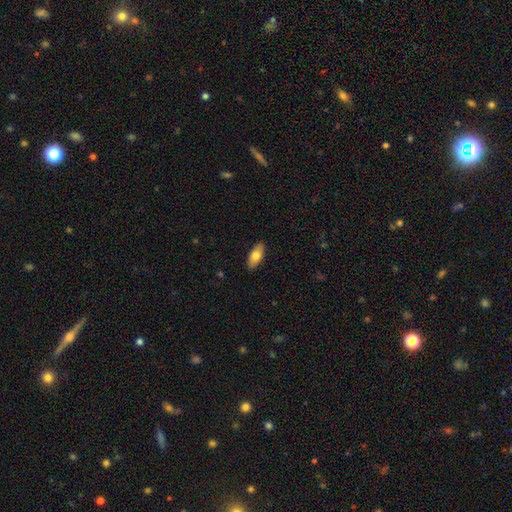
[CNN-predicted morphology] A smooth galaxy with no disk features (77%) that is in between round and cigar-shaped (85%). Merging: none (89%).